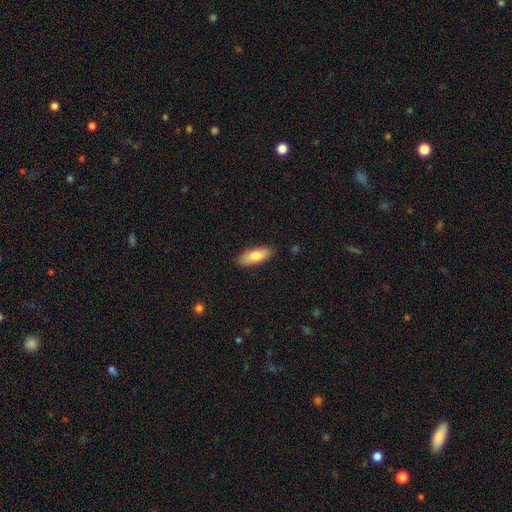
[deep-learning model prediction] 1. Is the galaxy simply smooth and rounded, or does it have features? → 80% smooth, 14% featured or disk, 6% star or artifact.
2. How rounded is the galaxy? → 77% in between, 20% cigar-shaped, 2% round.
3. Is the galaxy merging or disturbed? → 87% none, 10% minor disturbance, 2% major disturbance, 1% merger.